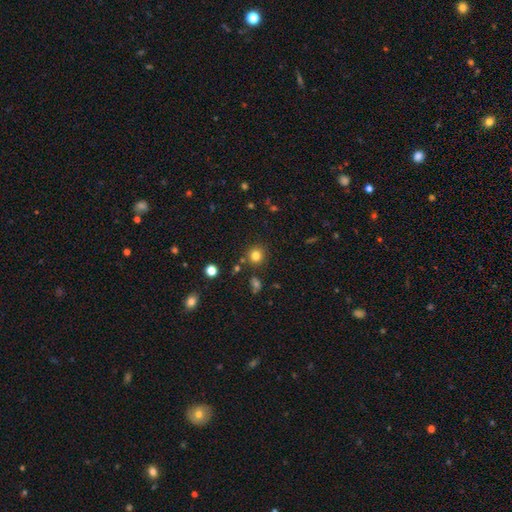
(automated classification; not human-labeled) smooth_or_featured: smooth (p=0.80) [alt: star or artifact p=0.14]
how_rounded: round (p=0.90) [alt: in between p=0.09]
merging: none (p=0.85) [alt: minor disturbance p=0.08]